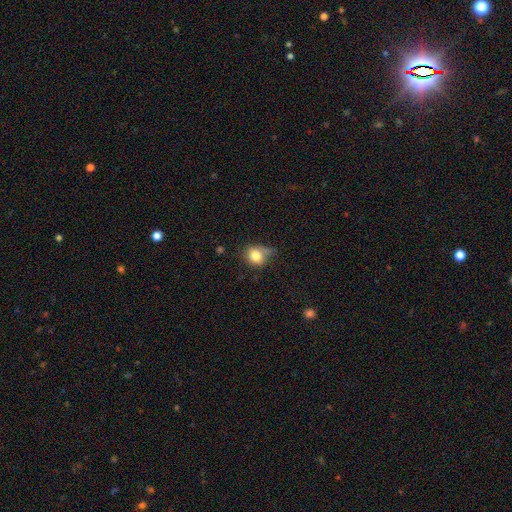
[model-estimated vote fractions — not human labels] The model was most divided on "merging": none: 44%, minor disturbance: 38%, major disturbance: 13%, merger: 4%. More confident: smooth or featured — smooth (80%); how rounded — round (64%).